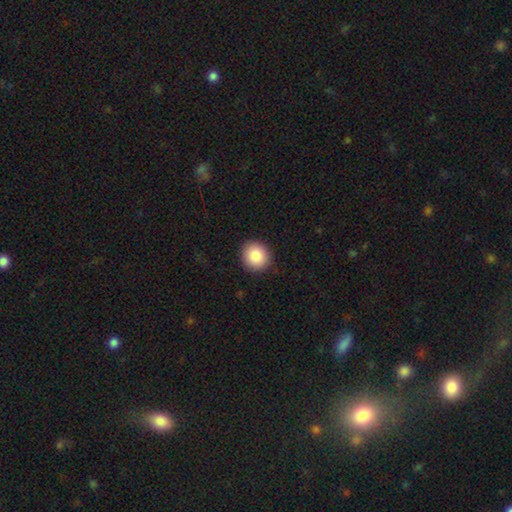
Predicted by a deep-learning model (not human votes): A smooth galaxy with no disk features (86%) that is round (88%).

Vote fractions:
- Smooth or featured? smooth: 86% / star or artifact: 8% / featured or disk: 6%
- How rounded? round: 88% / in between: 11% / cigar-shaped: 1%
- Merging? none: 91% / minor disturbance: 6% / major disturbance: 2% / merger: 1%